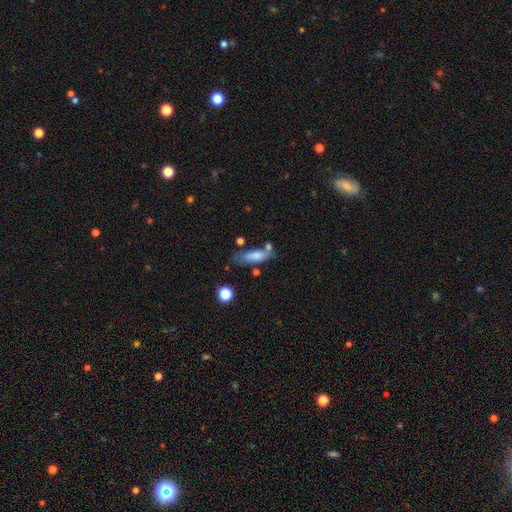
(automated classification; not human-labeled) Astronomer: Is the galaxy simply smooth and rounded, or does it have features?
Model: smooth — 74%.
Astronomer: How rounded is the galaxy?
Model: in between — 53% (runner-up: cigar-shaped, 44%).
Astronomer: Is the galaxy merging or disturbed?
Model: none — 54%.